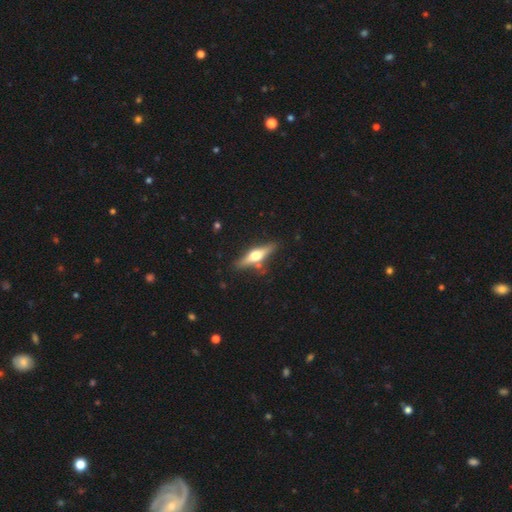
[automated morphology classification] This is likely a featured or disk galaxy (64%). It is clearly viewed edge-on (95%). Edge-on bulge: clearly rounded (95%). Merging: clearly none (81%).